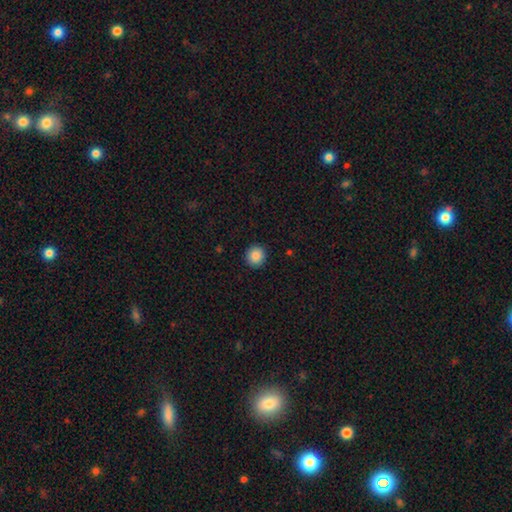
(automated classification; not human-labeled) The model was most divided on "smooth or featured": smooth: 88%, star or artifact: 9%, featured or disk: 3%. More confident: how rounded — round (93%); merging — none (92%).